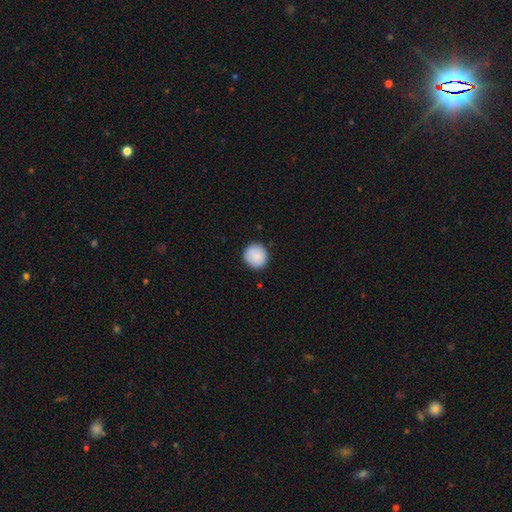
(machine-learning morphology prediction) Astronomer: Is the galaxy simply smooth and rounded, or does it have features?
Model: smooth — 88%.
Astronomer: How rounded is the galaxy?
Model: round — 92%.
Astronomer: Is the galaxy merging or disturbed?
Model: none — 87%.